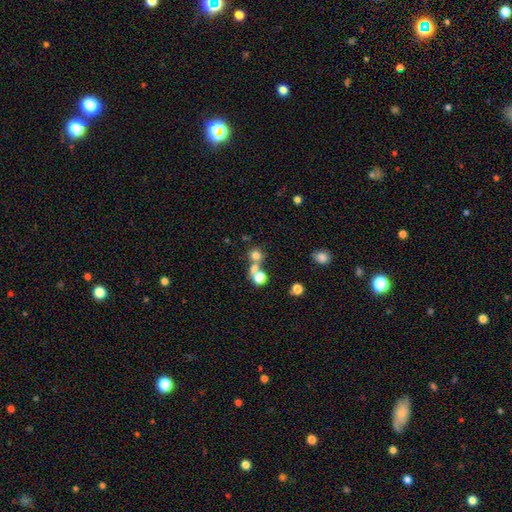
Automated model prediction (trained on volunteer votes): This is likely a smooth galaxy (70%). How rounded: clearly round (85%). Merging: possibly none (46%).